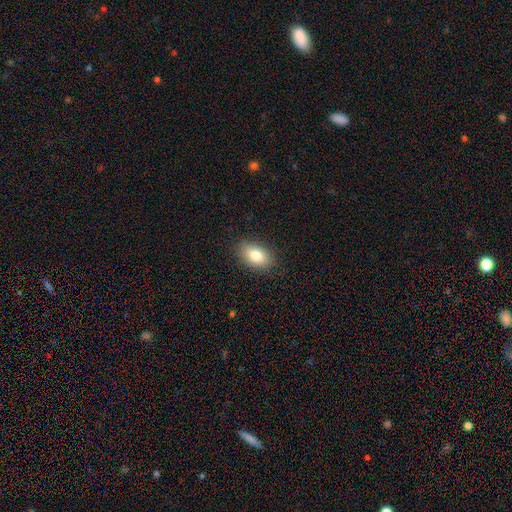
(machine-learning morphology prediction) A smooth galaxy with no disk features (82%) that is in between round and cigar-shaped (90%).

Vote fractions:
- Smooth or featured? smooth: 82% / featured or disk: 11% / star or artifact: 8%
- How rounded? in between: 90% / round: 9% / cigar-shaped: 2%
- Merging? none: 87% / minor disturbance: 10% / major disturbance: 3% / merger: 1%